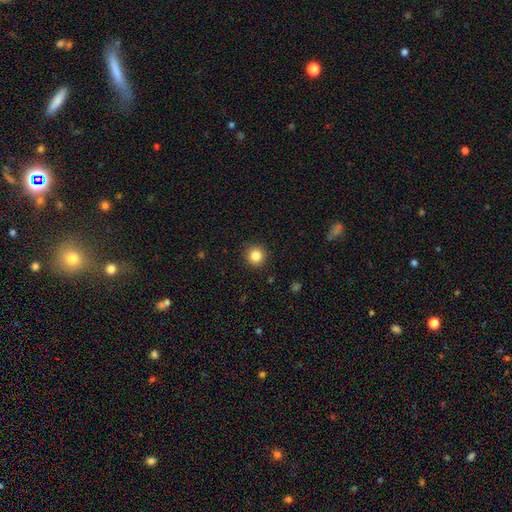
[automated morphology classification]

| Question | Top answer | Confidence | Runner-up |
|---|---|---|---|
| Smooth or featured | smooth | 84% | star or artifact (11%) |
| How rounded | round | 94% | in between (5%) |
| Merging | none | 92% | minor disturbance (5%) |